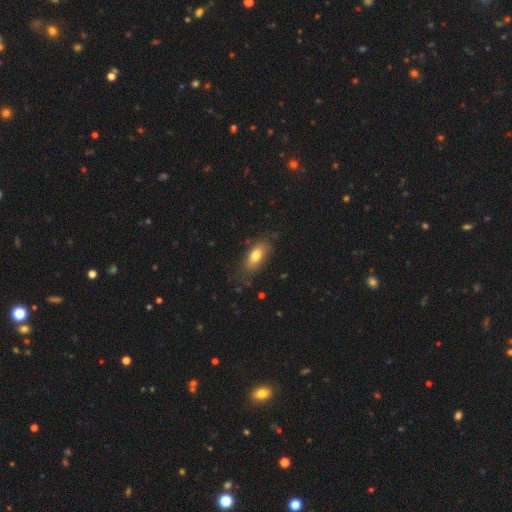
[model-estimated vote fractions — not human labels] Morphology: type=smooth (74%); roundness=in between (84%); merging=none (74%).